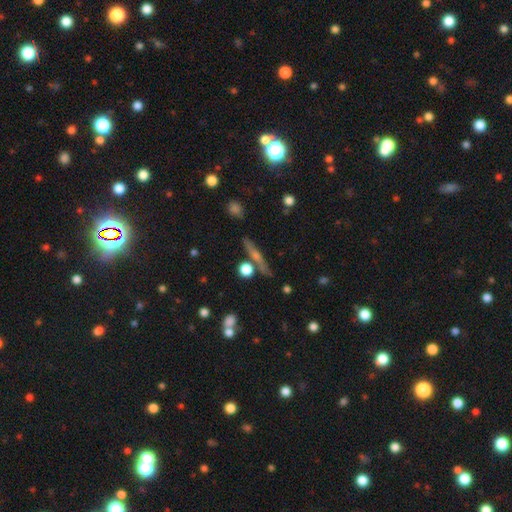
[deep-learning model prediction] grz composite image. It shows a featured or disk galaxy (56%) viewed edge-on (95%) with a rounded central bulge (69%). Merging: none (82%).